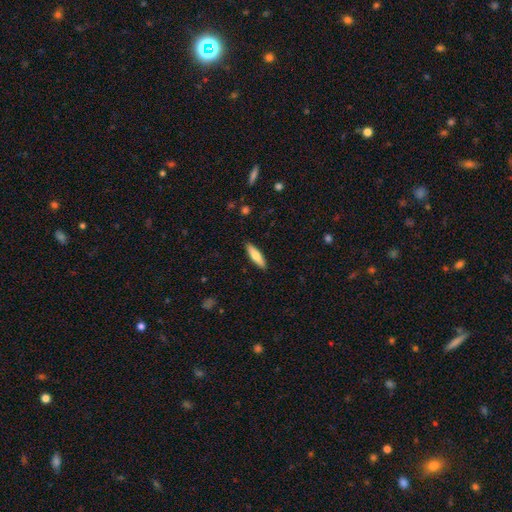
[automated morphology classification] smooth-or-featured: smooth: 70% | featured or disk: 24% | star or artifact: 6%
  how-rounded: cigar-shaped: 68% | in between: 30% | round: 2%
  merging: none: 90% | minor disturbance: 7% | major disturbance: 2% | merger: 1%